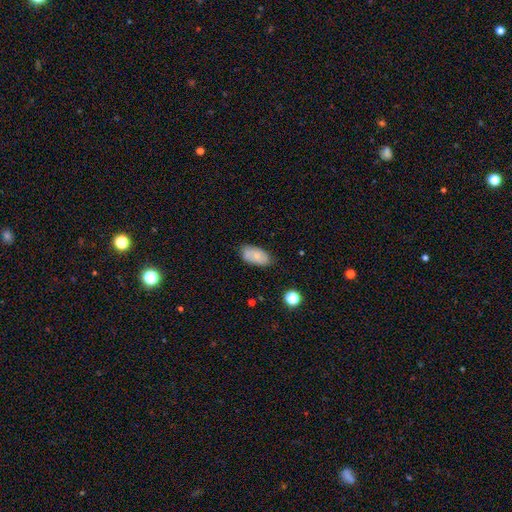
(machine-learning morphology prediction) A smooth galaxy with no disk features (67%) that is in between round and cigar-shaped (93%). Merging: none (73%).